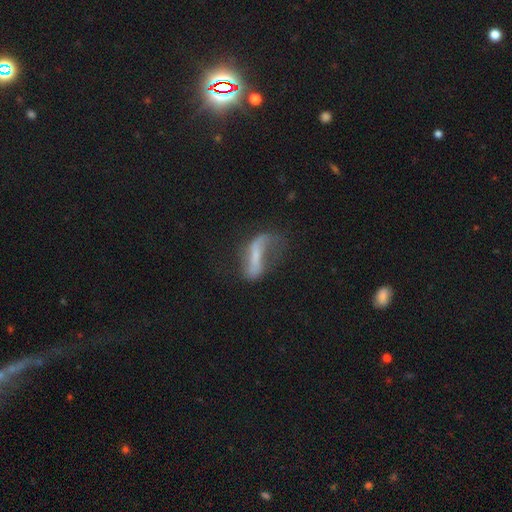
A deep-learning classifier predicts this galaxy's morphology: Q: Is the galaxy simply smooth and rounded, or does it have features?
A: featured or disk — 60%.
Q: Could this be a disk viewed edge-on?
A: no — 87%.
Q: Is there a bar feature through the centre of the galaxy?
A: strong — 40%.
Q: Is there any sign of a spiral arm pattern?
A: yes — 70%.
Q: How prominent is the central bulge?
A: small — 42%.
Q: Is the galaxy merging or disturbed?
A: major disturbance — 36%.